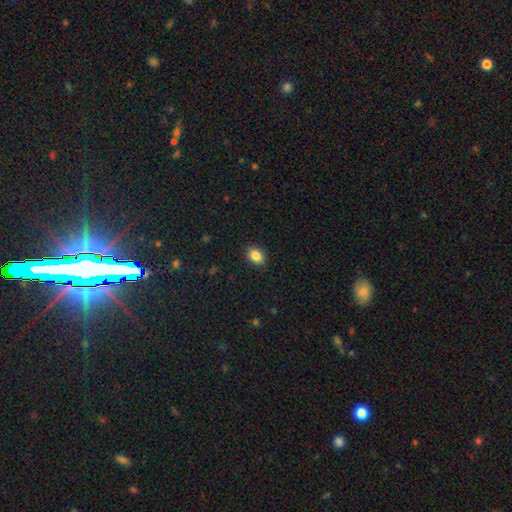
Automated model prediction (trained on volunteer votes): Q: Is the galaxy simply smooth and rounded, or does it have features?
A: smooth — 86%.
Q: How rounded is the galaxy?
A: in between — 70%.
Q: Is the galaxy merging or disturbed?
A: none — 89%.